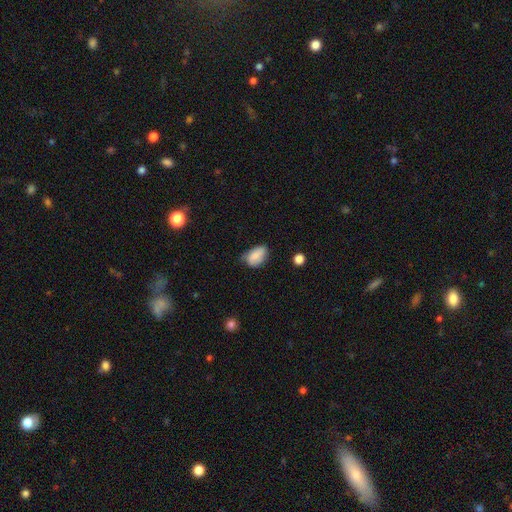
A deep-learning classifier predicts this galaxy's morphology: The model was most divided on "merging": none: 51%, minor disturbance: 39%, major disturbance: 8%, merger: 2%. More confident: how rounded — in between (89%); smooth or featured — smooth (77%).